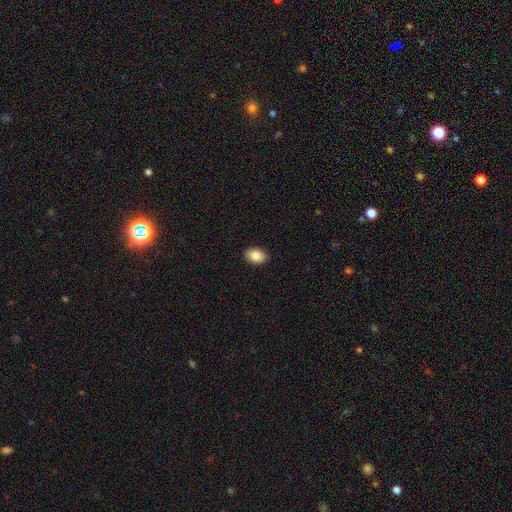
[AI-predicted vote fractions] Smooth or featured? smooth (87%)
How rounded? in between (85%)
Merging? none (90%)